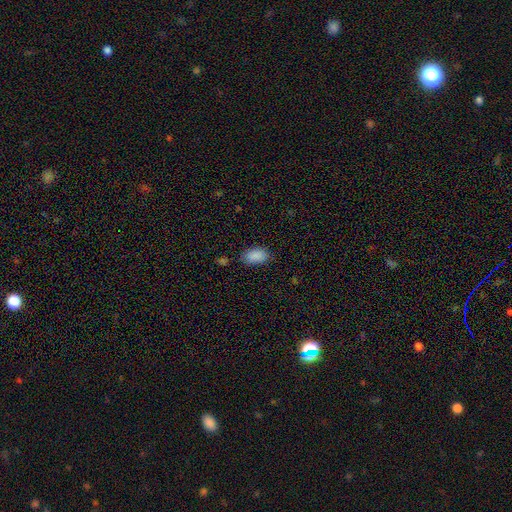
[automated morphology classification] smooth_or_featured: smooth (p=0.88) [alt: star or artifact p=0.08]
how_rounded: in between (p=0.92) [alt: round p=0.06]
merging: none (p=0.78) [alt: minor disturbance p=0.16]